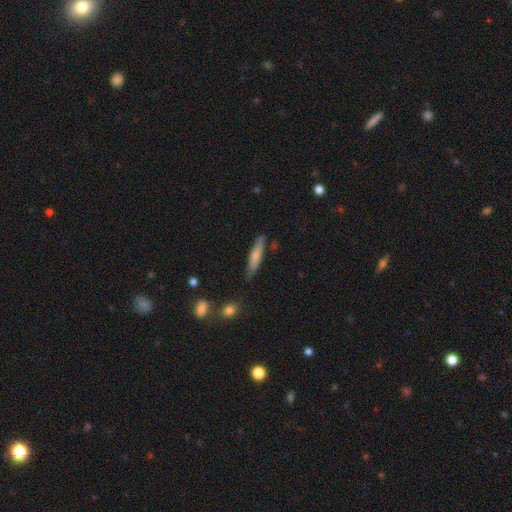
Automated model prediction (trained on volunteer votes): This appears to be a smooth galaxy with no disk features (67%) that is cigar-shaped (85%). Merging: none (80%).